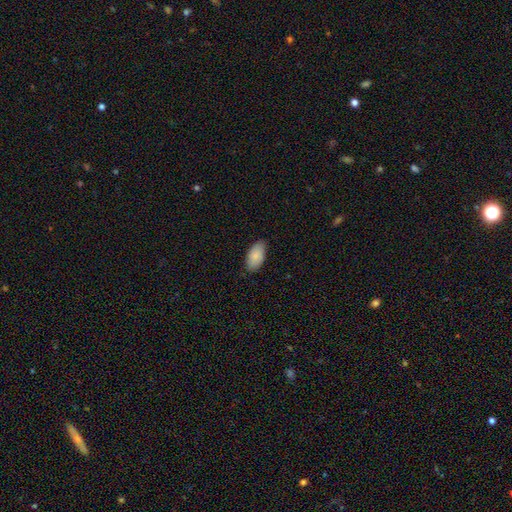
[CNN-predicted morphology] This appears to be a smooth galaxy with no disk features (87%) that is in between round and cigar-shaped (95%). Merging: none (80%).